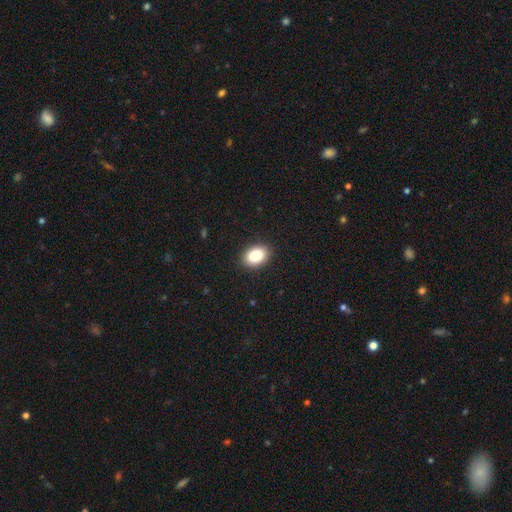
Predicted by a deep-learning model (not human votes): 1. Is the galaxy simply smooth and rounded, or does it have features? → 86% smooth, 8% star or artifact, 6% featured or disk.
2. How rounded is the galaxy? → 80% in between, 19% round, 1% cigar-shaped.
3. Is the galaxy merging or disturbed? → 90% none, 7% minor disturbance, 2% major disturbance, 1% merger.